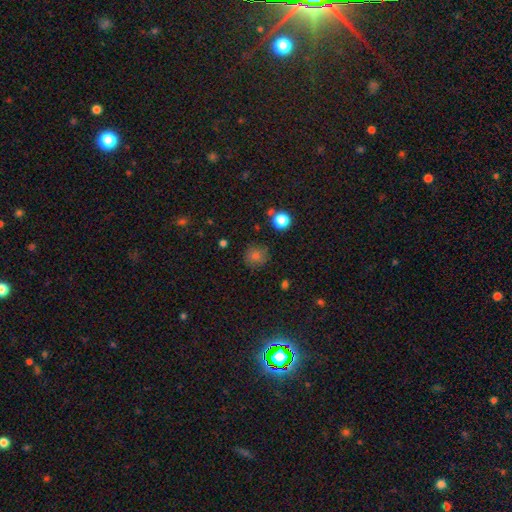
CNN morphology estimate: This appears to be a smooth galaxy with no disk features (72%) that is round (91%). Merging: none (84%).